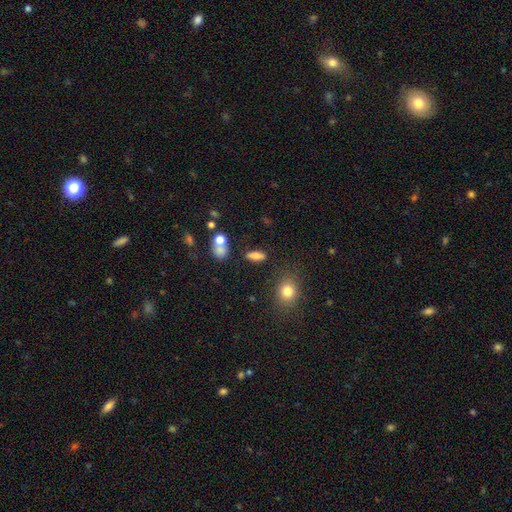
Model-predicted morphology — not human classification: Smooth or featured? Predicted: smooth (p=0.75). How rounded? Predicted: in between (p=0.64). Merging? Predicted: none (p=0.76).